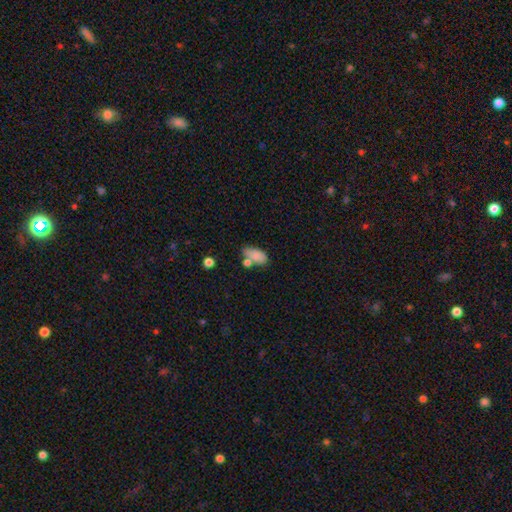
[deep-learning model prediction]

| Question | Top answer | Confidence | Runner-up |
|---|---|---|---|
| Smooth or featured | smooth | 80% | featured or disk (12%) |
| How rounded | in between | 91% | round (6%) |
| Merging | none | 48% | merger (25%) |